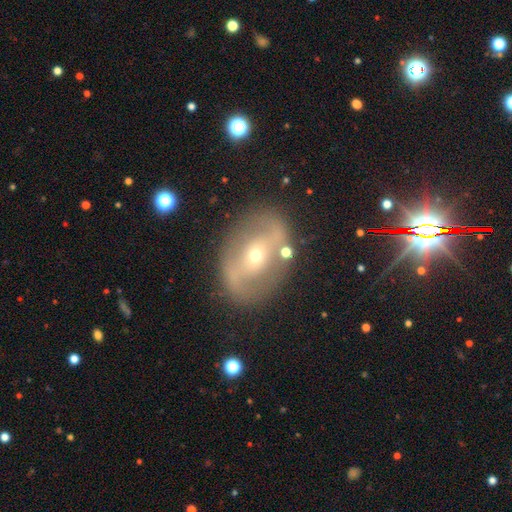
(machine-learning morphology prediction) A featured or disk galaxy (74%) with no bar (37%), spiral arms (56%) and a small central bulge (60%).

Vote fractions:
- Smooth or featured? featured or disk: 74% / smooth: 19% / star or artifact: 7%
- Edge-on disk? no: 94% / yes: 6%
- Bar? no: 37% / strong: 33% / weak: 30%
- Spiral arms? yes: 56% / no: 44%
- Bulge size? small: 60% / moderate: 36% / large: 2% / dominant: 1% / none: 1%
- Merging? none: 78% / minor disturbance: 13% / major disturbance: 6% / merger: 3%